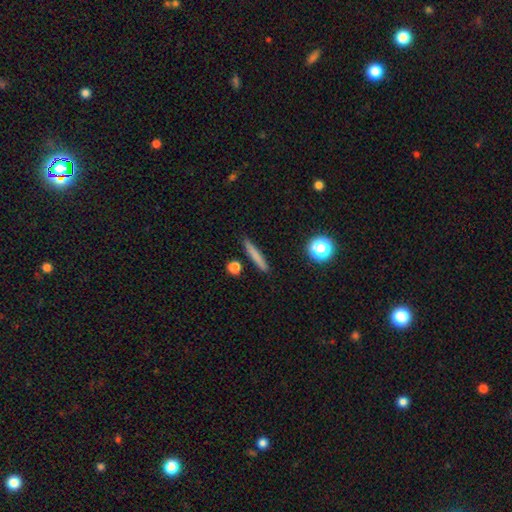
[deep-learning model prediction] A smooth galaxy with no disk features (75%) that is cigar-shaped (92%). Merging: none (88%).